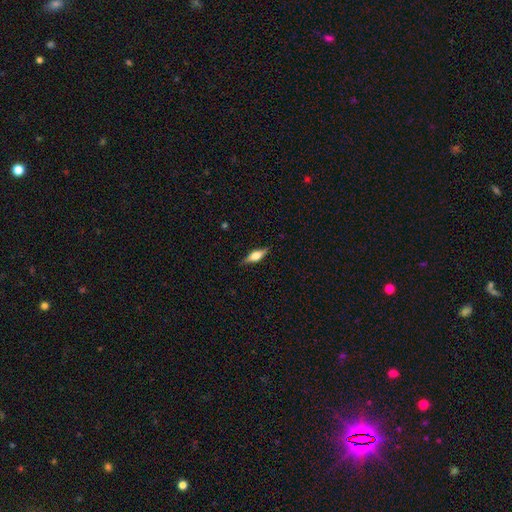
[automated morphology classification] Smooth or featured? Predicted: featured or disk (p=0.53). Edge-on disk? Predicted: yes (p=0.95). Merging? Predicted: none (p=0.86).